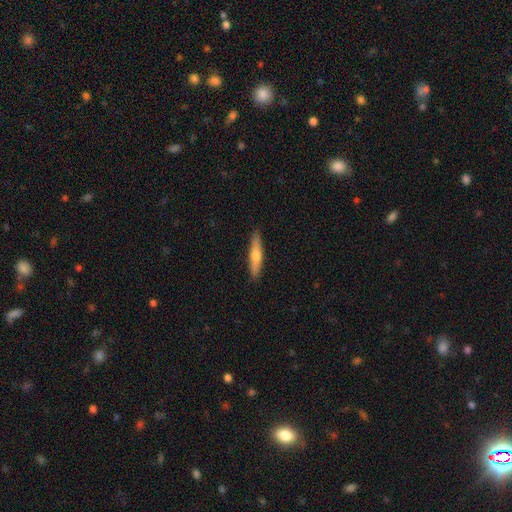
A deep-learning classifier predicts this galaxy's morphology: smooth_or_featured: smooth (p=0.51) [alt: featured or disk p=0.43]
how_rounded: cigar-shaped (p=0.89) [alt: in between p=0.10]
merging: none (p=0.91) [alt: minor disturbance p=0.07]